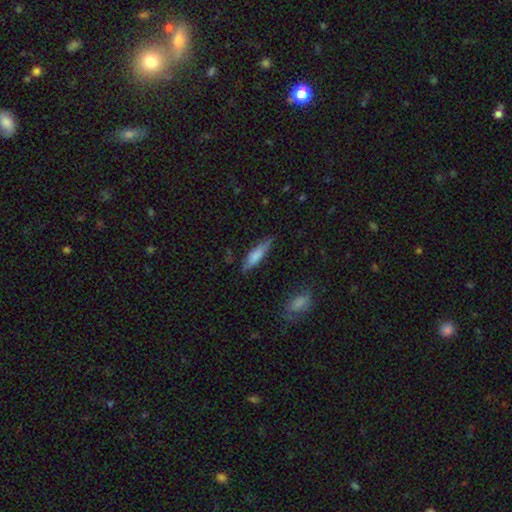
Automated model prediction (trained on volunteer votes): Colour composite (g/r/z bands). It shows a smooth galaxy with no disk features (72%) that is cigar-shaped (69%). Merging: none (75%).